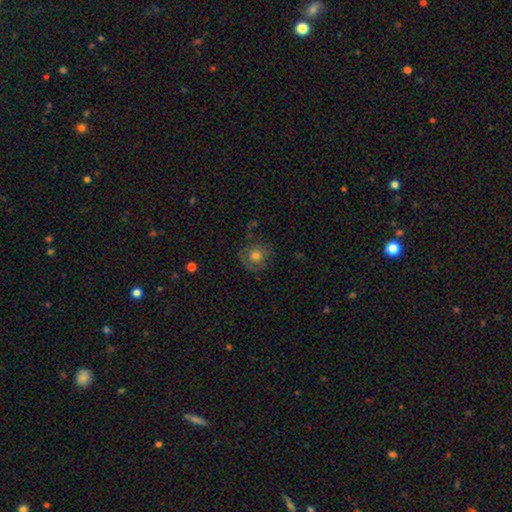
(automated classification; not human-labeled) Morphology: type=smooth (64%); roundness=round (86%); merging=none (68%).